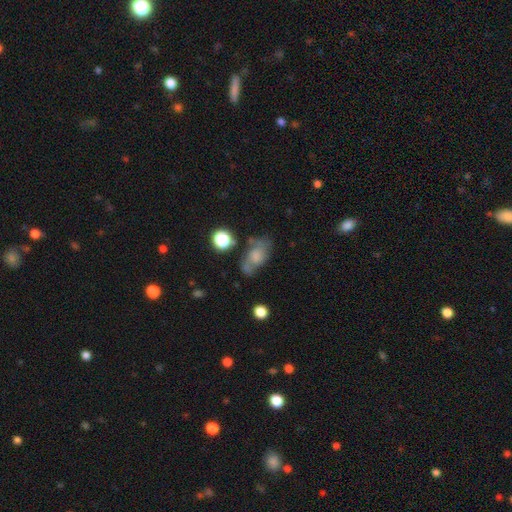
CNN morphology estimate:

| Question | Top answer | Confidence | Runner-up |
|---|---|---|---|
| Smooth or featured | smooth | 51% | featured or disk (35%) |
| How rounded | in between | 82% | round (13%) |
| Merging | none | 48% | minor disturbance (26%) |